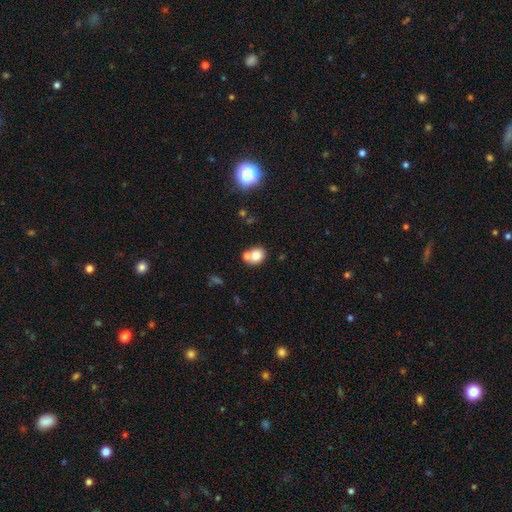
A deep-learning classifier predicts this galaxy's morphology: smooth_or_featured: smooth (p=0.76) [alt: featured or disk p=0.13]
how_rounded: round (p=0.67) [alt: in between p=0.32]
merging: none (p=0.47) [alt: merger p=0.40]